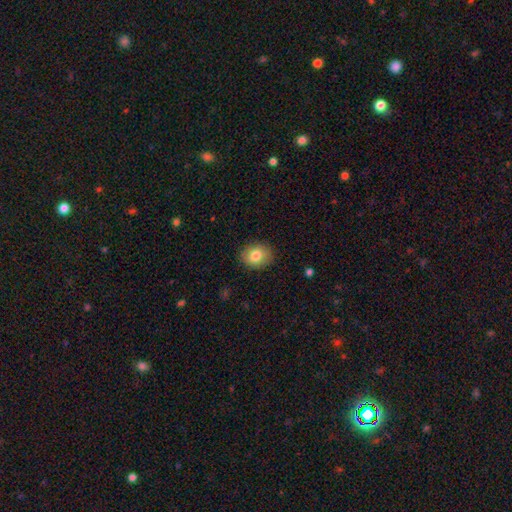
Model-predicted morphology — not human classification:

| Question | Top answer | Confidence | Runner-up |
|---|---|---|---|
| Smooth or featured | smooth | 80% | featured or disk (11%) |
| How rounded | round | 52% | in between (47%) |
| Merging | none | 88% | minor disturbance (9%) |